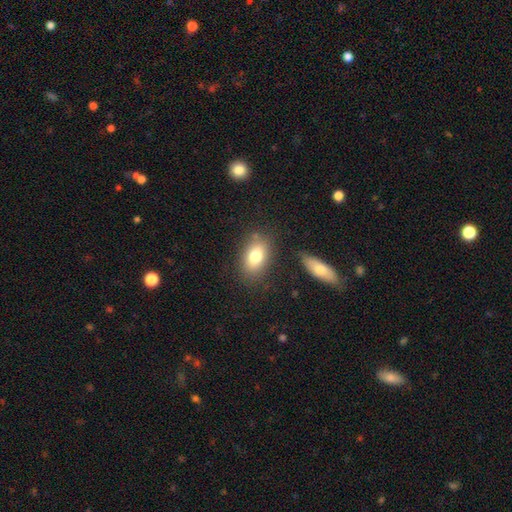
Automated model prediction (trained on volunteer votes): Smooth or featured? Predicted: smooth (p=0.78). How rounded? Predicted: in between (p=0.86). Merging? Predicted: none (p=0.80).